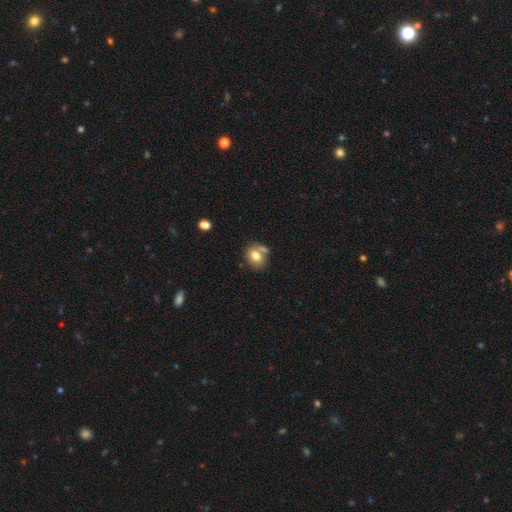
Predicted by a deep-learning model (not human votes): A smooth galaxy with no disk features (76%) that is round (53%). Merging: none (57%).